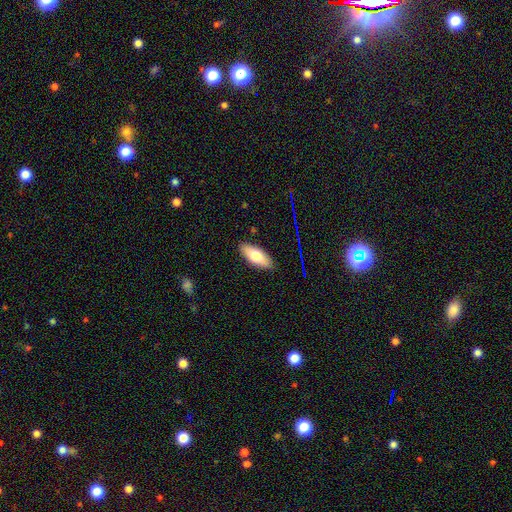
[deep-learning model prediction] Q: Smooth or featured?
A: smooth (73%); runner-up: featured or disk (20%)
Q: How rounded?
A: in between (81%); runner-up: cigar-shaped (17%)
Q: Merging?
A: none (88%); runner-up: minor disturbance (9%)